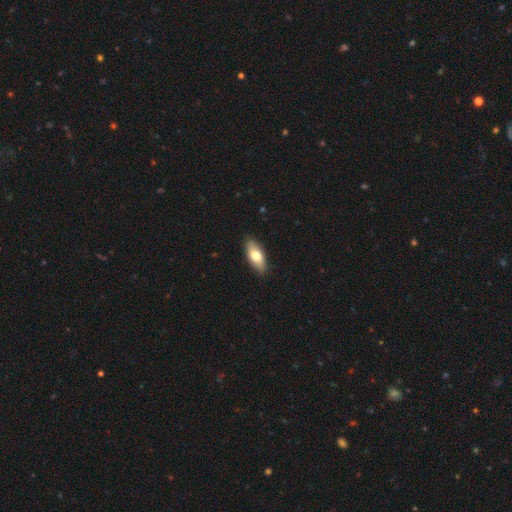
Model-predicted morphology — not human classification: This is likely a smooth galaxy (72%). How rounded: clearly in between (83%). Merging: clearly none (89%).